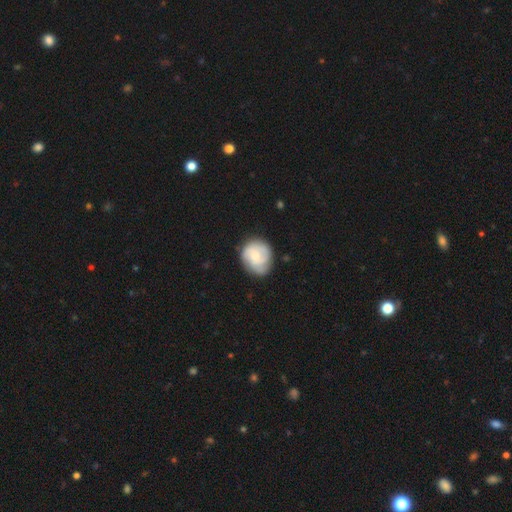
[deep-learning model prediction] A smooth galaxy with no disk features (47%). Merging: none (73%).